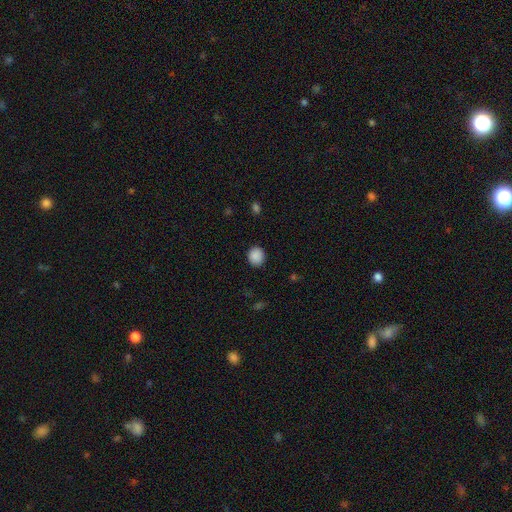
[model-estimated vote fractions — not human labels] This appears to be a smooth galaxy with no disk features (88%) that is round (81%). Merging: none (89%).